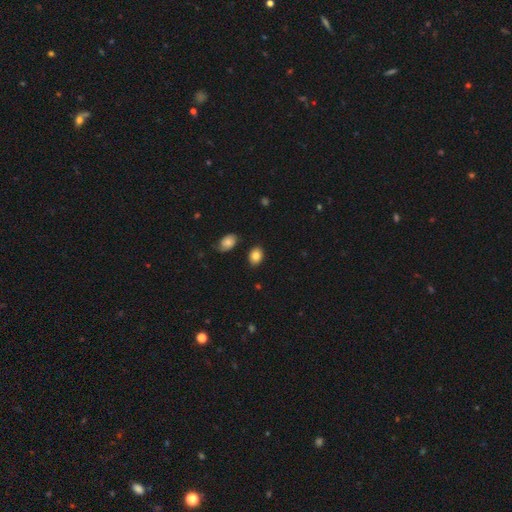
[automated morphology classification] Q: Smooth or featured?
A: smooth (82%); runner-up: star or artifact (9%)
Q: How rounded?
A: in between (73%); runner-up: round (26%)
Q: Merging?
A: none (83%); runner-up: minor disturbance (11%)